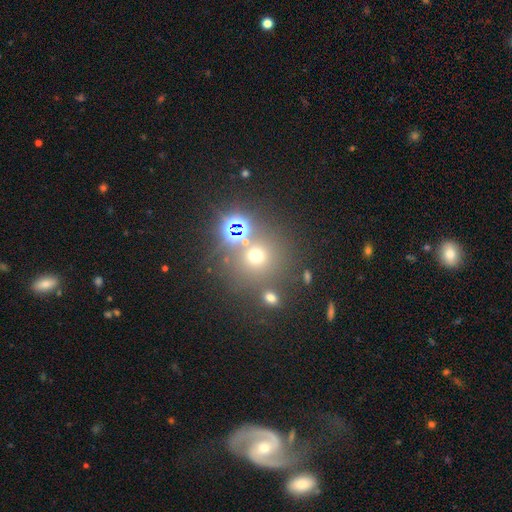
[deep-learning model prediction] Q: Smooth or featured?
A: smooth (58%); runner-up: star or artifact (32%)
Q: How rounded?
A: round (89%); runner-up: in between (10%)
Q: Merging?
A: none (70%); runner-up: merger (15%)